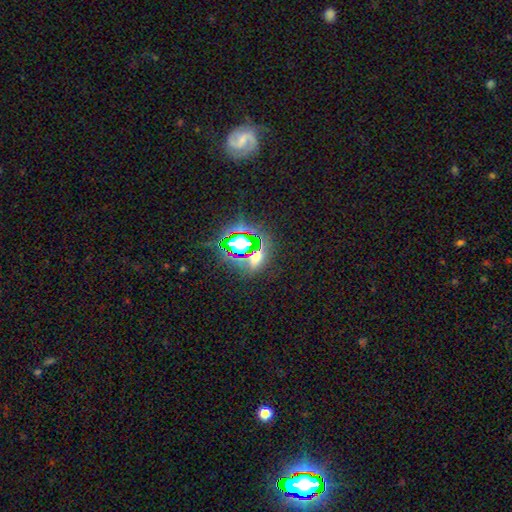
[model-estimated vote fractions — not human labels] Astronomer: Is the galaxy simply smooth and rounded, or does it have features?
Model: star or artifact — 64%.